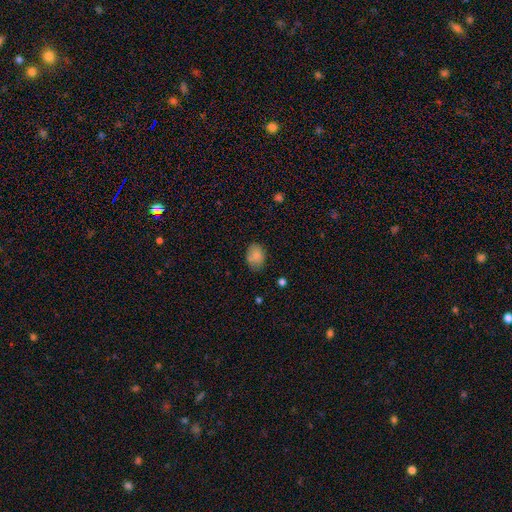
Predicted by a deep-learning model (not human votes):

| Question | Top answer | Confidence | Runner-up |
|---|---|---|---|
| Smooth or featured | smooth | 85% | star or artifact (8%) |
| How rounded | in between | 74% | round (25%) |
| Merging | none | 76% | minor disturbance (18%) |